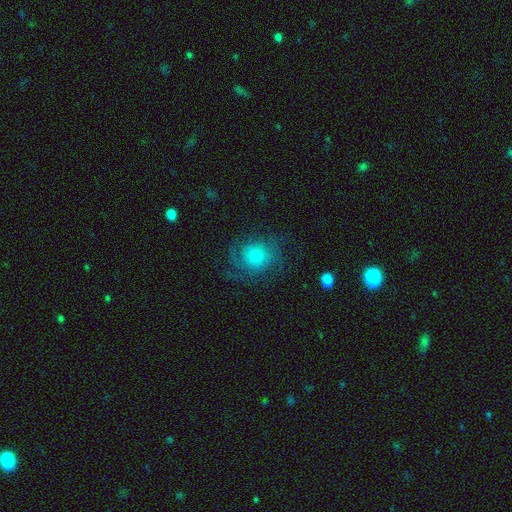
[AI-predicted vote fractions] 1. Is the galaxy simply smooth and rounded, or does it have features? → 52% featured or disk, 37% smooth, 11% star or artifact.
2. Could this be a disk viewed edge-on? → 97% no, 3% yes.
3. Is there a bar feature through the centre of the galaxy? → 81% no, 17% weak, 2% strong.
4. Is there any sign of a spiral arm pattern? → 87% yes, 13% no.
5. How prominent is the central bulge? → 41% small, 32% moderate, 14% large, 10% none, 4% dominant.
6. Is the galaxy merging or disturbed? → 65% none, 18% minor disturbance, 16% major disturbance, 1% merger.